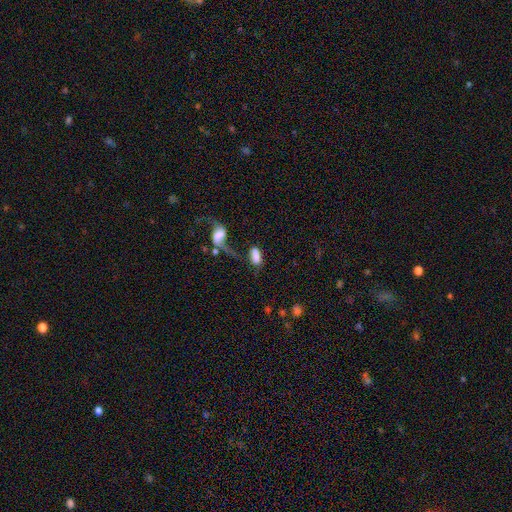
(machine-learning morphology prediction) Smooth or featured? smooth (72%)
How rounded? in between (88%)
Merging? none (33%)